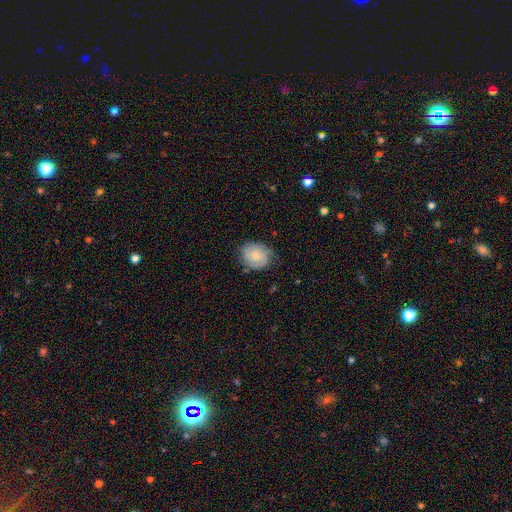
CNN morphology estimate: A smooth galaxy with no disk features (52%) that is round (66%). Merging: none (75%).